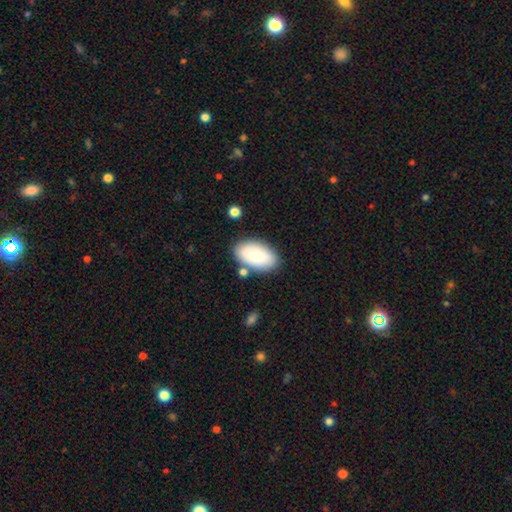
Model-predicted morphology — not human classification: A smooth galaxy with no disk features (78%) that is in between round and cigar-shaped (94%).

Vote fractions:
- Smooth or featured? smooth: 78% / featured or disk: 16% / star or artifact: 6%
- How rounded? in between: 94% / round: 4% / cigar-shaped: 1%
- Merging? none: 78% / minor disturbance: 13% / merger: 6% / major disturbance: 3%